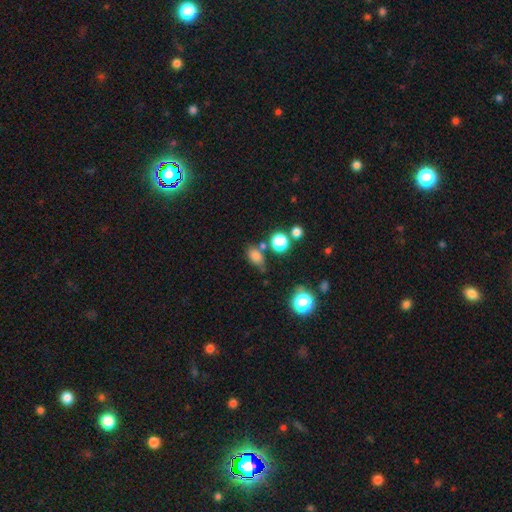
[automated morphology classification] Smooth or featured?
  - smooth: 77% *
  - star or artifact: 16%
  - featured or disk: 7%
How rounded?
  - in between: 71% *
  - round: 26%
  - cigar-shaped: 3%
Merging?
  - none: 59% *
  - minor disturbance: 22%
  - merger: 12%
  - major disturbance: 7%